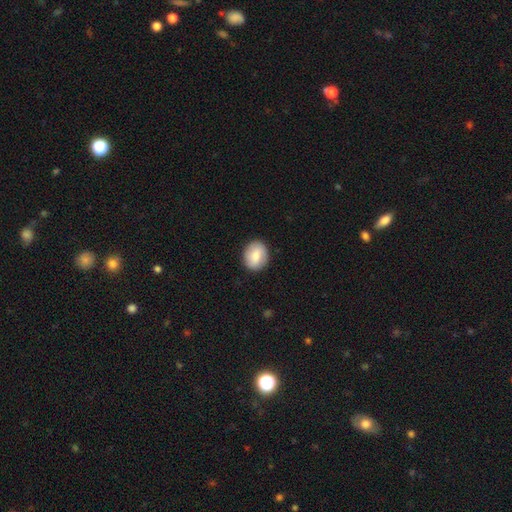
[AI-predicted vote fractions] The model was most divided on "how rounded": round: 56%, in between: 43%, cigar-shaped: 1%. More confident: merging — none (88%); smooth or featured — smooth (76%).